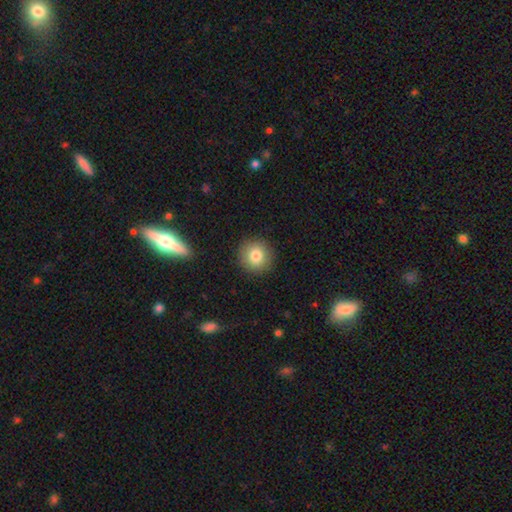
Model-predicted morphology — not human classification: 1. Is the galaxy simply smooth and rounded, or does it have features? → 82% smooth, 10% star or artifact, 9% featured or disk.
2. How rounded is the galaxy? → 92% round, 7% in between, 1% cigar-shaped.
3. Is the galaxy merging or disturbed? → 90% none, 7% minor disturbance, 2% major disturbance, 1% merger.